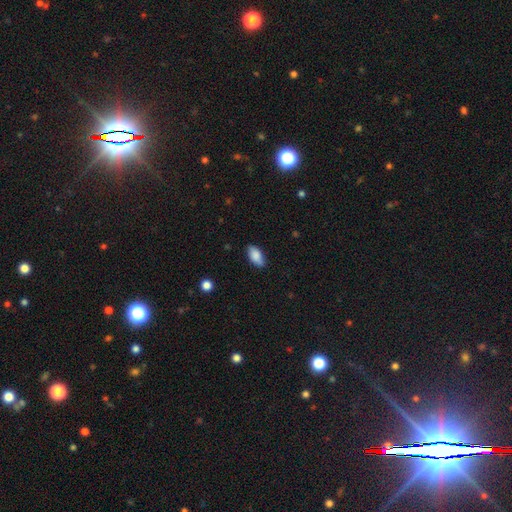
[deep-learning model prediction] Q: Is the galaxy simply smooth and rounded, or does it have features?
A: smooth — 82%.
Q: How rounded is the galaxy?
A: in between — 91%.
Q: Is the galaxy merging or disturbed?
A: none — 79%.